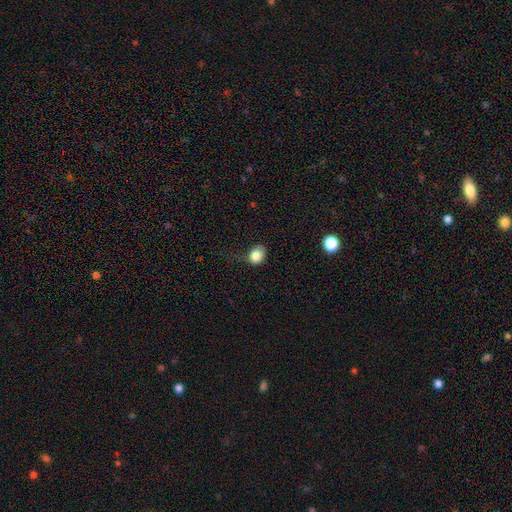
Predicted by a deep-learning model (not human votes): A smooth galaxy with no disk features (81%) that is round (58%).

Vote fractions:
- Smooth or featured? smooth: 81% / star or artifact: 10% / featured or disk: 9%
- How rounded? round: 58% / in between: 41% / cigar-shaped: 1%
- Merging? none: 41% / minor disturbance: 36% / major disturbance: 21% / merger: 2%